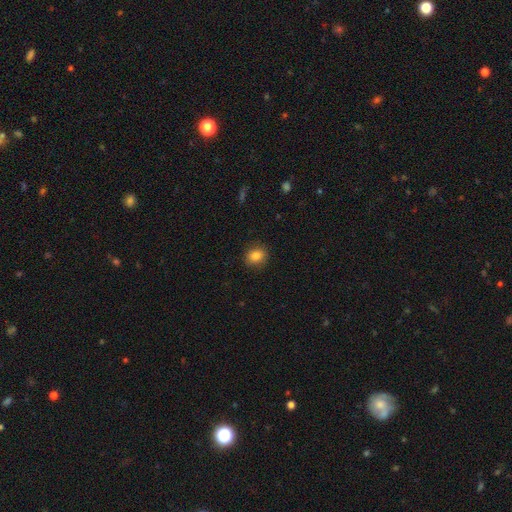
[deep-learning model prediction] This appears to be a smooth galaxy with no disk features (83%) that is round (65%). Merging: none (86%).